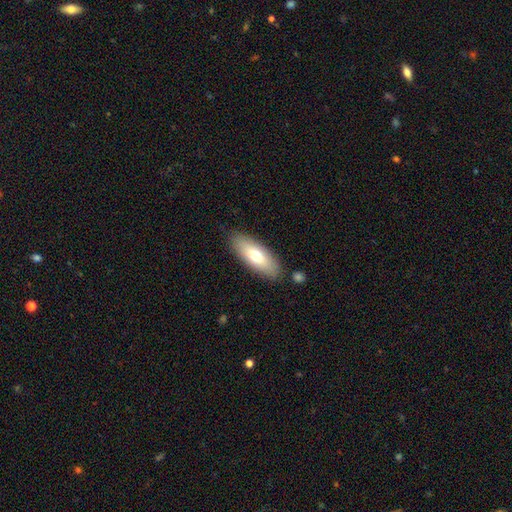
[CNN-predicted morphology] smooth 71%, featured or disk 23%, star or artifact 6%. Down the decision tree: how rounded — in between (70%); merging — none (85%).